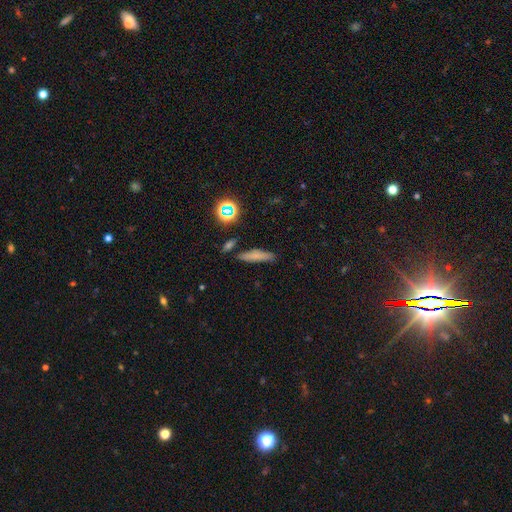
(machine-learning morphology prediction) Smooth or featured? Predicted: smooth (p=0.71). How rounded? Predicted: cigar-shaped (p=0.72). Merging? Predicted: none (p=0.79).